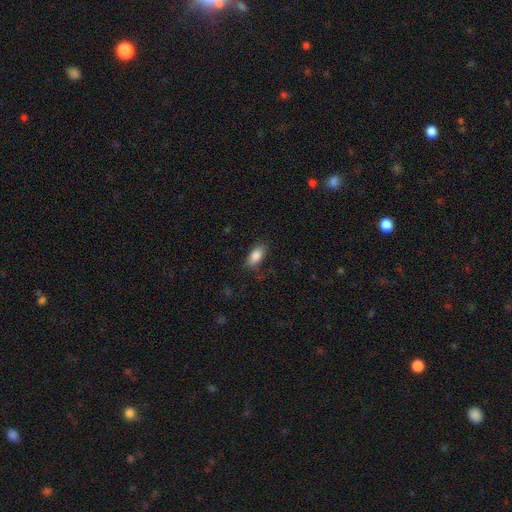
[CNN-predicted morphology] A smooth galaxy with no disk features (86%) that is in between round and cigar-shaped (89%).

Vote fractions:
- Smooth or featured? smooth: 86% / star or artifact: 7% / featured or disk: 6%
- How rounded? in between: 89% / cigar-shaped: 8% / round: 3%
- Merging? none: 82% / minor disturbance: 14% / major disturbance: 3% / merger: 1%